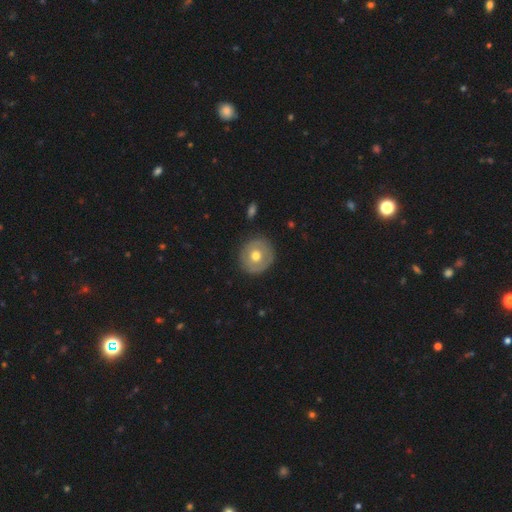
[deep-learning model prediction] Smooth or featured?
  - smooth: 58% *
  - featured or disk: 35%
  - star or artifact: 7%
How rounded?
  - round: 91% *
  - in between: 8%
  - cigar-shaped: 1%
Merging?
  - none: 86% *
  - minor disturbance: 10%
  - major disturbance: 3%
  - merger: 1%